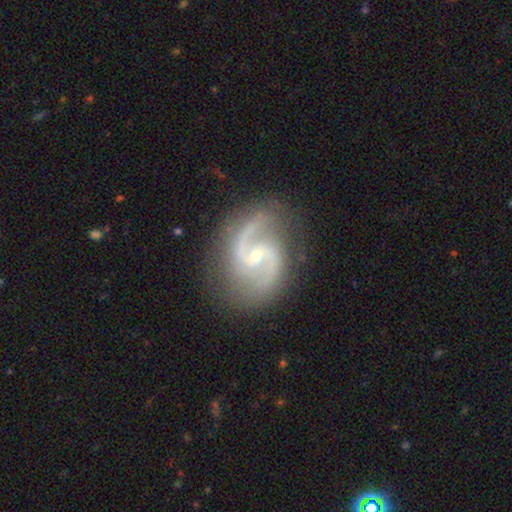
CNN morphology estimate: smooth_or_featured: featured or disk (p=0.92) [alt: star or artifact p=0.05]
disk_edge_on: no (p=0.98) [alt: yes p=0.02]
bar: weak (p=0.46) [alt: no p=0.41]
has_spiral_arms: yes (p=0.98) [alt: no p=0.02]
spiral_winding: medium (p=0.59) [alt: loose p=0.28]
spiral_arm_count: 2 (p=0.93) [alt: 3 p=0.02]
bulge_size: small (p=0.69) [alt: moderate p=0.27]
merging: none (p=0.80) [alt: minor disturbance p=0.13]